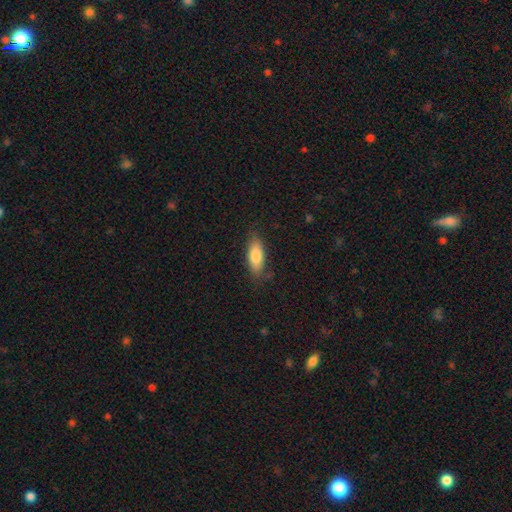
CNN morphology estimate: Smooth or featured: smooth — 81% (featured or disk — 13%)
How rounded: in between — 74% (cigar-shaped — 24%)
Merging: none — 79% (minor disturbance — 16%)